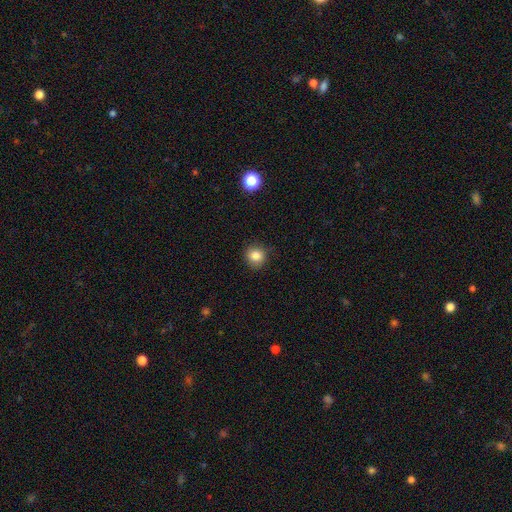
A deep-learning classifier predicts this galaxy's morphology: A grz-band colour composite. It shows a smooth galaxy with no disk features (84%) that is round (89%). Merging: none (88%).